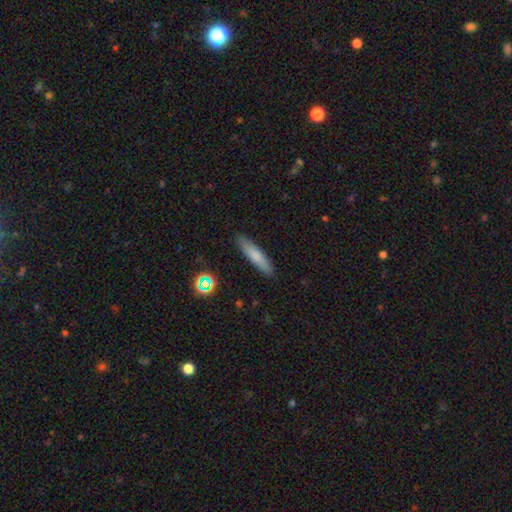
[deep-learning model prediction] Overall: smooth (75%). How rounded: cigar-shaped (81%). Merging: none (88%).